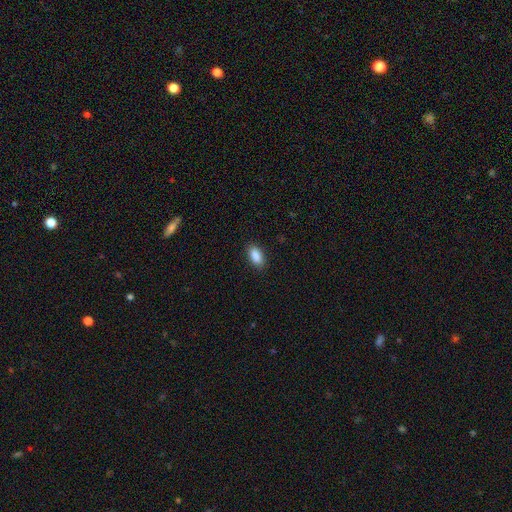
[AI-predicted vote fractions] The model was most divided on "merging": none: 88%, minor disturbance: 9%, major disturbance: 2%, merger: 1%. More confident: how rounded — in between (91%); smooth or featured — smooth (90%).